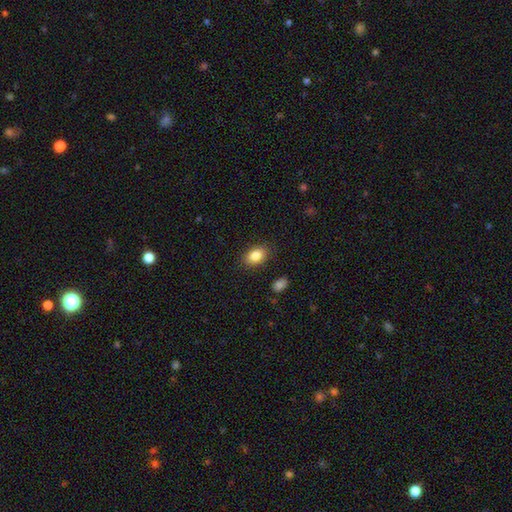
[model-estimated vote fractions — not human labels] Overall: smooth (86%). How rounded: in between (82%). Merging: none (86%).